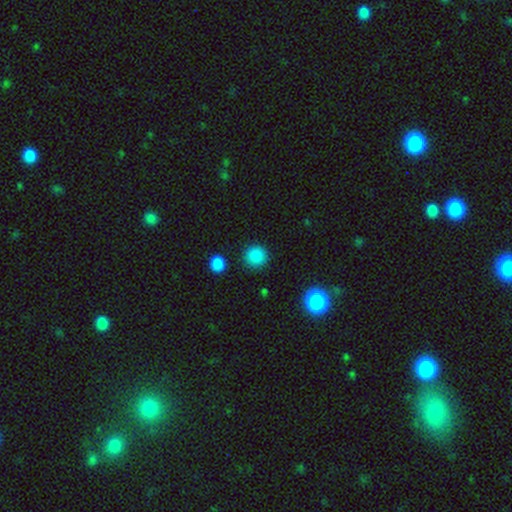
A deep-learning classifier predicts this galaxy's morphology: Smooth or featured?
  - smooth: 87% *
  - star or artifact: 10%
  - featured or disk: 3%
How rounded?
  - round: 94% *
  - in between: 5%
  - cigar-shaped: 1%
Merging?
  - none: 90% *
  - minor disturbance: 6%
  - major disturbance: 2%
  - merger: 2%